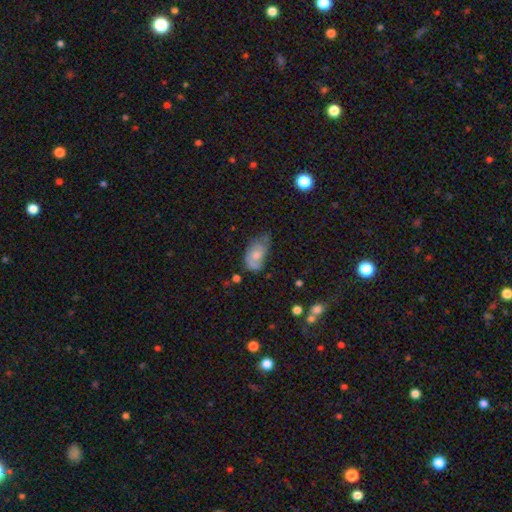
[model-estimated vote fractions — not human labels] A smooth galaxy with no disk features (58%) that is in between round and cigar-shaped (91%). Merging: minor disturbance (42%).